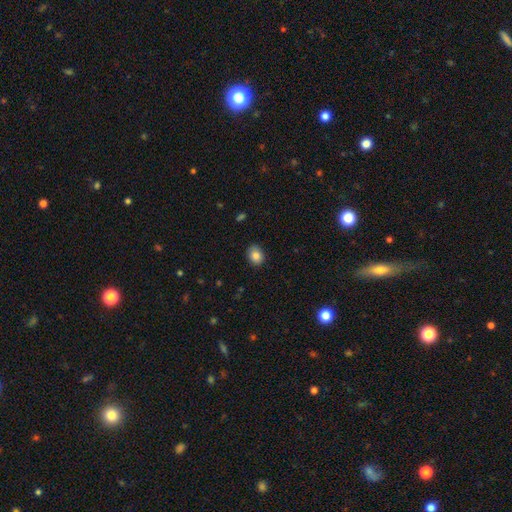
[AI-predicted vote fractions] smooth 86%, star or artifact 9%, featured or disk 6%. Down the decision tree: how rounded — in between (51%); merging — none (84%).